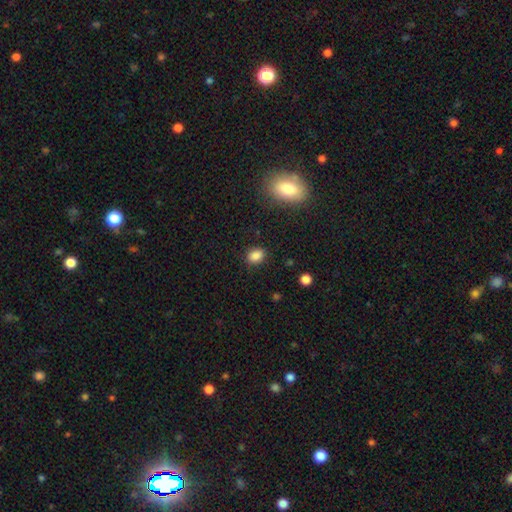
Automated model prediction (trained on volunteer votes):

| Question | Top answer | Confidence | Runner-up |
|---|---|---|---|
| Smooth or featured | smooth | 85% | star or artifact (11%) |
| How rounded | in between | 66% | round (33%) |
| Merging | none | 85% | minor disturbance (10%) |